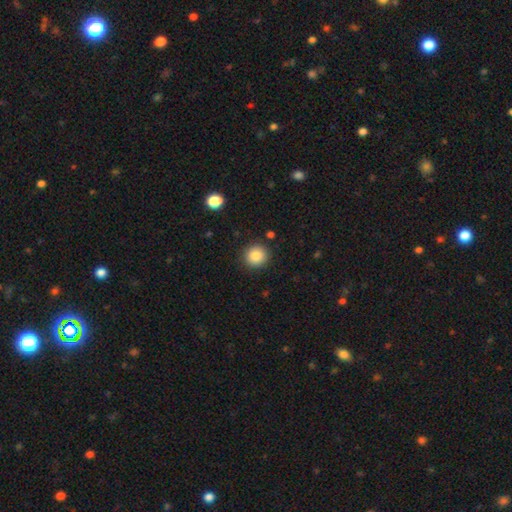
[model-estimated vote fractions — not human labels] smooth-or-featured: smooth: 86% | star or artifact: 9% | featured or disk: 5%
  how-rounded: round: 91% | in between: 8% | cigar-shaped: 1%
  merging: none: 89% | minor disturbance: 7% | major disturbance: 2% | merger: 2%